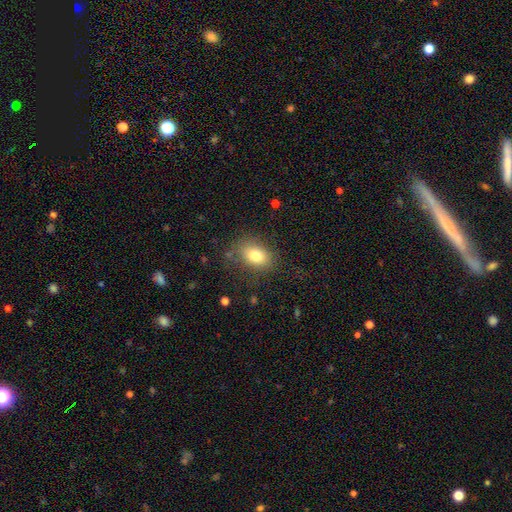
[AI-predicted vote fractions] Smooth or featured? smooth (77%)
How rounded? in between (79%)
Merging? none (78%)